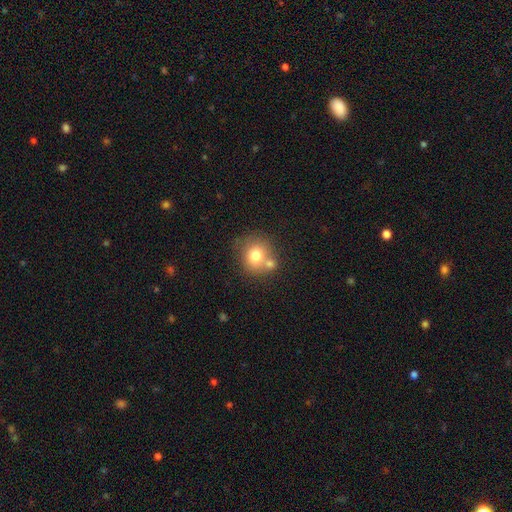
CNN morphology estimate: This is likely a smooth galaxy (74%). How rounded: clearly round (81%). Merging: possibly none (53%).